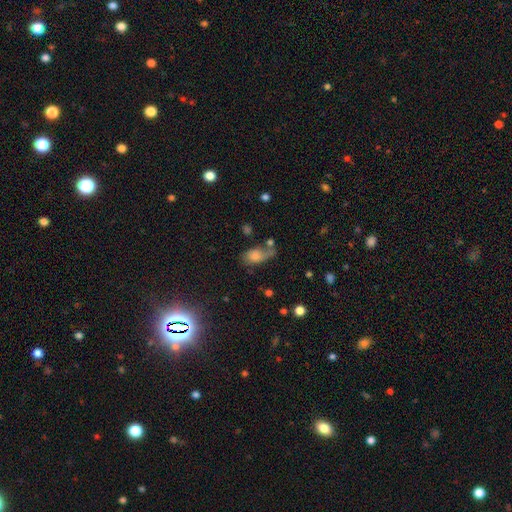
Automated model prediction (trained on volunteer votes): Q: Smooth or featured?
A: smooth (72%); runner-up: featured or disk (17%)
Q: How rounded?
A: in between (85%); runner-up: round (11%)
Q: Merging?
A: none (38%); runner-up: minor disturbance (27%)